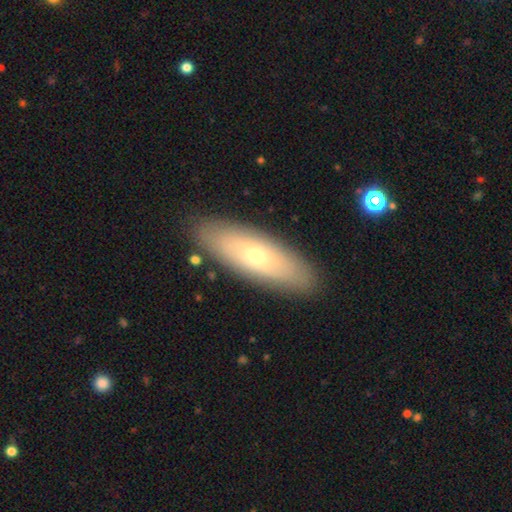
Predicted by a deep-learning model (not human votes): Overall: smooth (54%; featured or disk 39%). How rounded: in between (51%; cigar-shaped 46%). Merging: none (88%).